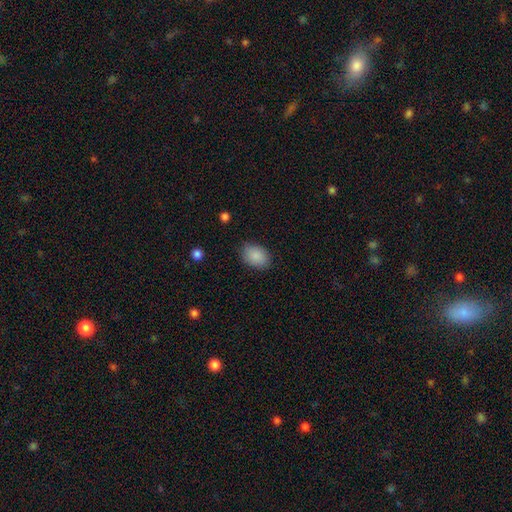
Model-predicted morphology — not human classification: smooth-or-featured: smooth: 89% | star or artifact: 7% | featured or disk: 4%
  how-rounded: in between: 81% | round: 18% | cigar-shaped: 1%
  merging: none: 82% | minor disturbance: 13% | major disturbance: 3% | merger: 1%